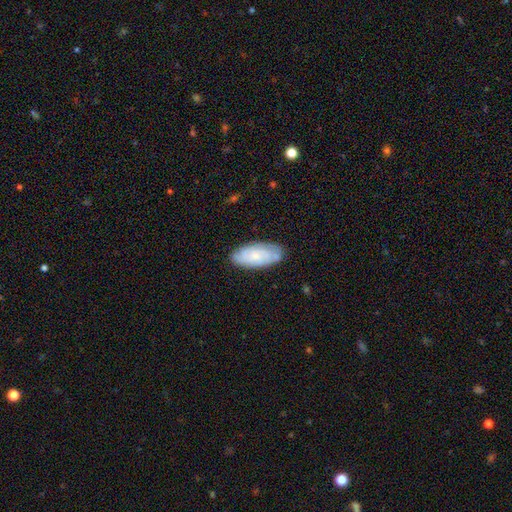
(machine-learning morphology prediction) This is possibly a smooth galaxy (47%). Merging: likely none (78%).